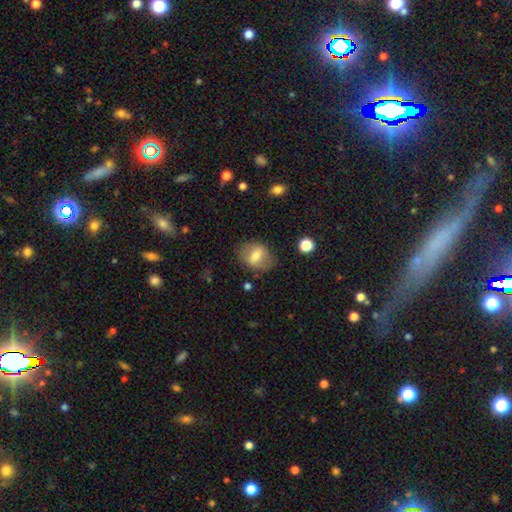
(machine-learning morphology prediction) Smooth or featured?
  - smooth: 60% *
  - featured or disk: 32%
  - star or artifact: 8%
How rounded?
  - in between: 63% *
  - round: 35%
  - cigar-shaped: 2%
Merging?
  - none: 77% *
  - minor disturbance: 15%
  - major disturbance: 6%
  - merger: 2%